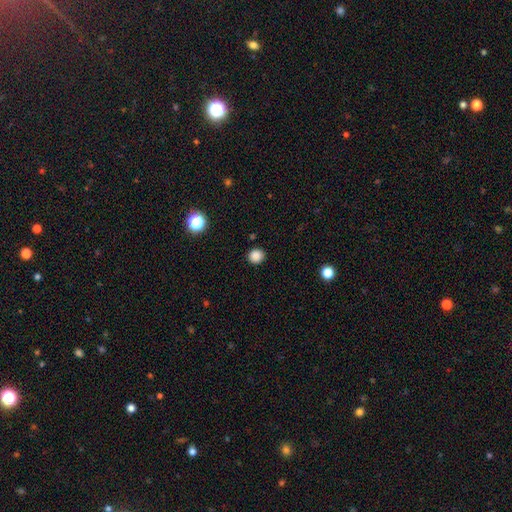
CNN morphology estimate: A smooth galaxy with no disk features (86%) that is round (90%). Merging: none (91%).